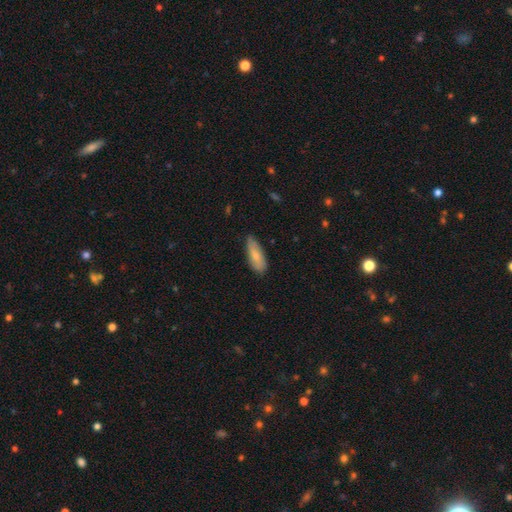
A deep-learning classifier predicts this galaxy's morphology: type=smooth (75%); roundness=in between (71%); merging=none (71%).